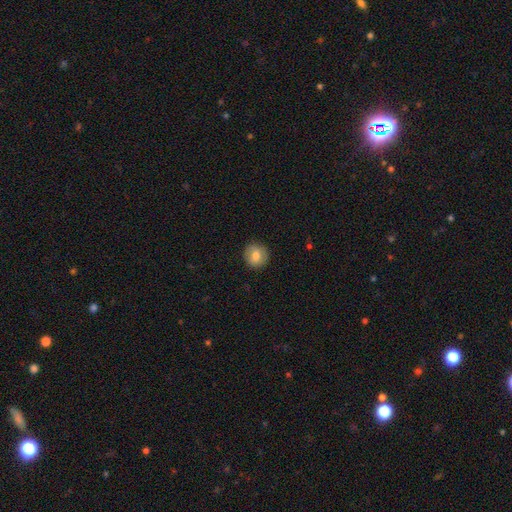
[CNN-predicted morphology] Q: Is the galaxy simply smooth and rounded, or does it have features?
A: smooth — 77%.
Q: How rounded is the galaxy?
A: round — 92%.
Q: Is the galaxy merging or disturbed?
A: none — 89%.